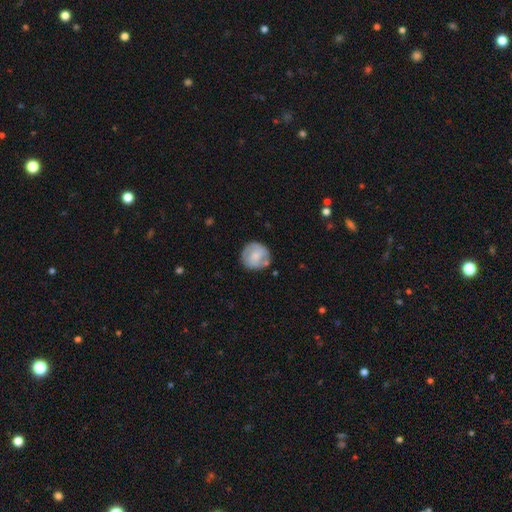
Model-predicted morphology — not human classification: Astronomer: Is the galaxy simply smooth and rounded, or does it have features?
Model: smooth — 53% (runner-up: featured or disk, 41%).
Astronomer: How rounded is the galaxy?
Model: round — 91%.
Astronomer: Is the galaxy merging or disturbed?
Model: none — 72%.